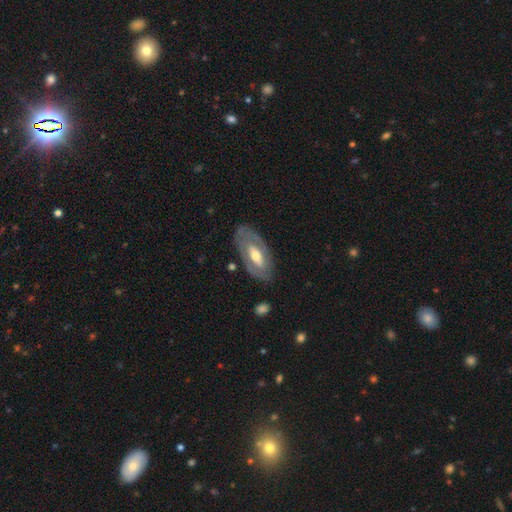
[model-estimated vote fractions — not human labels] This is likely a featured or disk galaxy (63%). It is clearly not viewed edge-on (86%). Bar: possibly no (46%). Spiral arm pattern: likely no (64%). Central bulge: likely moderate (66%). Merging: likely none (77%).